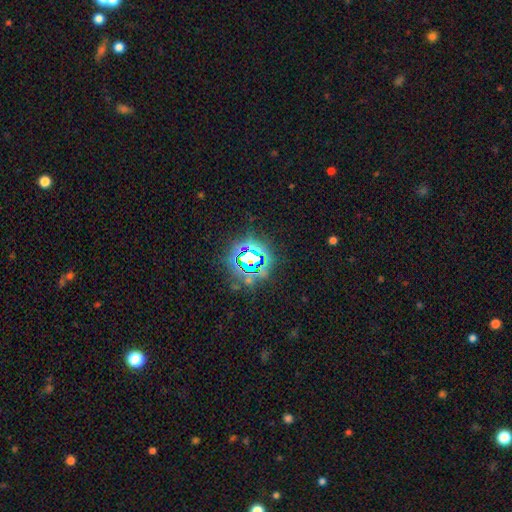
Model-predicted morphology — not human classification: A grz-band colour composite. It shows a star or artifact, not a galaxy (77%).